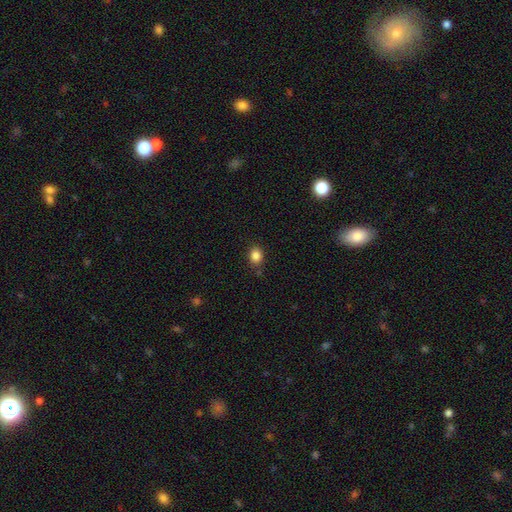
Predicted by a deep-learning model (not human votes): A smooth galaxy with no disk features (85%) that is round (57%). Merging: none (82%).